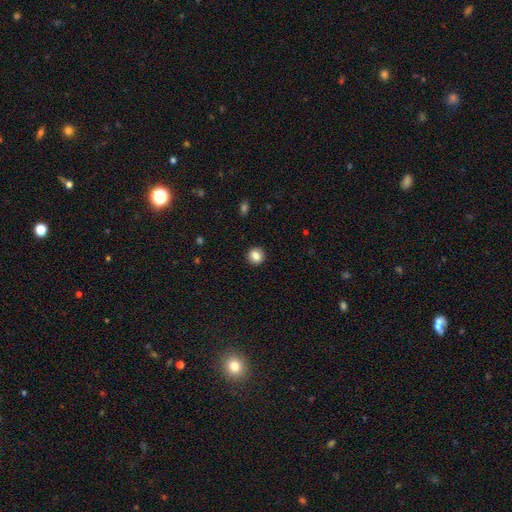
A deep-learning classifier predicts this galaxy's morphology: Smooth or featured: smooth — 84% (star or artifact — 9%)
How rounded: round — 89% (in between — 10%)
Merging: none — 92% (minor disturbance — 5%)